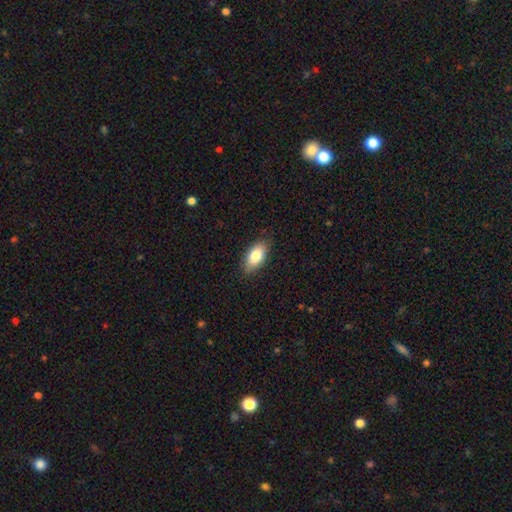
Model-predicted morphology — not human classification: Smooth or featured?
  - smooth: 82% *
  - featured or disk: 12%
  - star or artifact: 7%
How rounded?
  - in between: 91% *
  - cigar-shaped: 6%
  - round: 3%
Merging?
  - none: 85% *
  - minor disturbance: 12%
  - major disturbance: 2%
  - merger: 1%